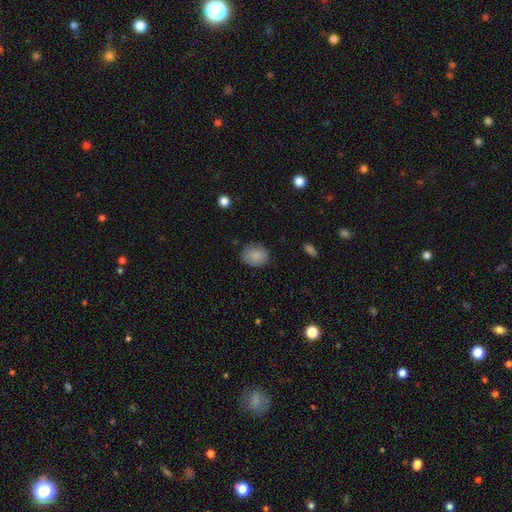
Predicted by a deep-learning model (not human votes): Smooth or featured: smooth — 86% (star or artifact — 7%)
How rounded: round — 56% (in between — 43%)
Merging: none — 78% (minor disturbance — 17%)